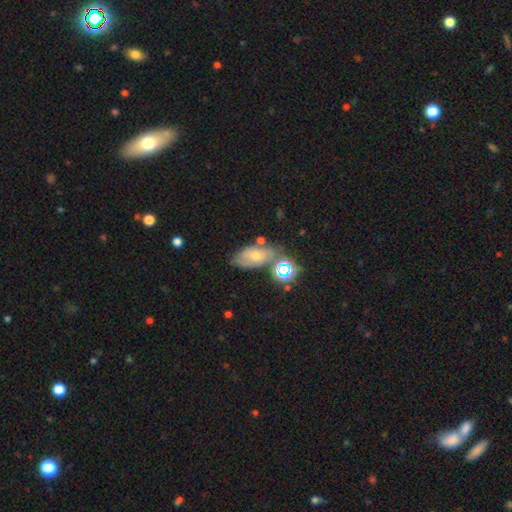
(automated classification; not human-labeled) Smooth or featured? smooth (45%)
Merging? none (53%)